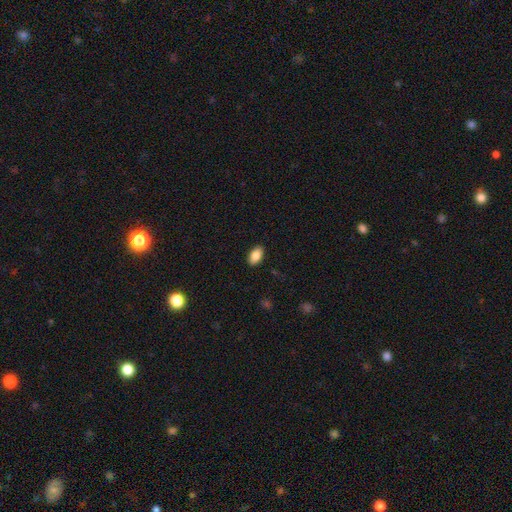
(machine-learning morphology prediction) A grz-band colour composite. It shows a smooth galaxy with no disk features (84%) that is in between round and cigar-shaped (93%). Merging: none (90%).